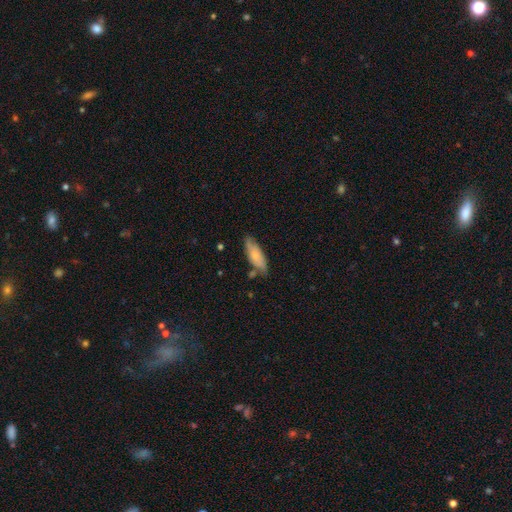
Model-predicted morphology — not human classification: Smooth or featured?
  - smooth: 70% *
  - featured or disk: 24%
  - star or artifact: 6%
How rounded?
  - in between: 65% *
  - cigar-shaped: 33%
  - round: 2%
Merging?
  - none: 71% *
  - minor disturbance: 20%
  - merger: 5%
  - major disturbance: 4%